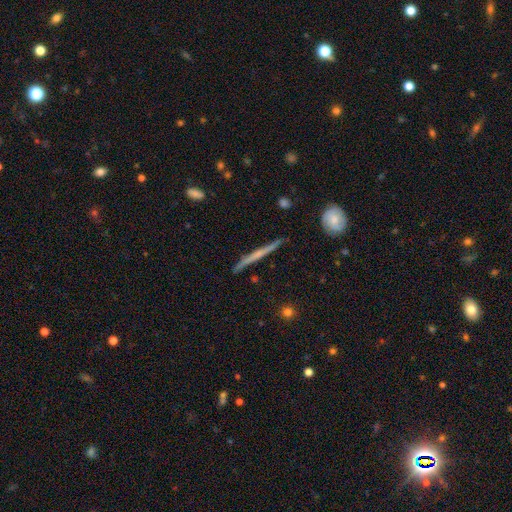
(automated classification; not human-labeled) Smooth or featured? Predicted: featured or disk (p=0.63). Edge-on disk? Predicted: yes (p=0.97). Edge-on bulge? Predicted: none (p=0.70). Merging? Predicted: none (p=0.90).